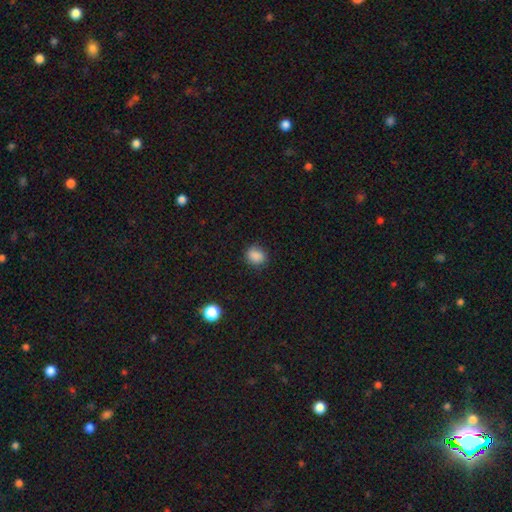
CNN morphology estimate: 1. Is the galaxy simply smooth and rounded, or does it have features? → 86% smooth, 10% star or artifact, 3% featured or disk.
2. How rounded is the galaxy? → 63% round, 36% in between, 1% cigar-shaped.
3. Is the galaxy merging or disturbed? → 85% none, 11% minor disturbance, 3% major disturbance, 1% merger.